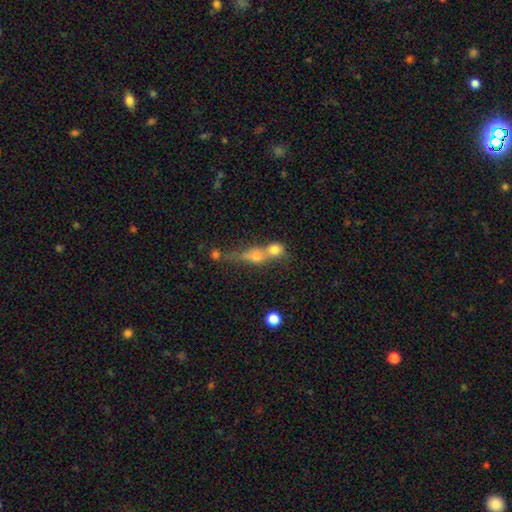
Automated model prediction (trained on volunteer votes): Smooth or featured? smooth (54%)
How rounded? round (41%)
Merging? merger (63%)